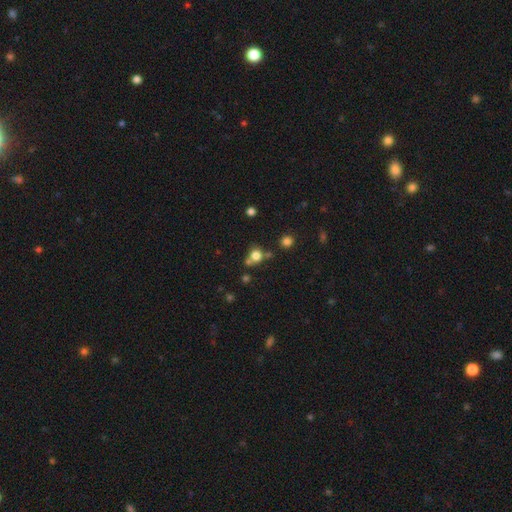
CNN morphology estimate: Smooth or featured: smooth — 75% (star or artifact — 15%)
How rounded: round — 81% (in between — 17%)
Merging: none — 54% (merger — 28%)